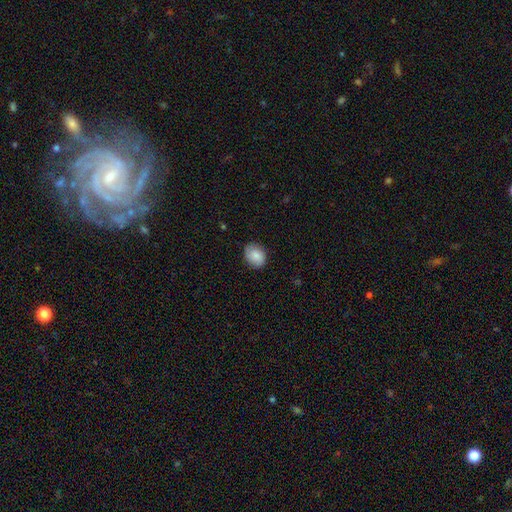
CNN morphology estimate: The model was most divided on "how rounded": round: 52%, in between: 47%, cigar-shaped: 1%. More confident: merging — none (81%); smooth or featured — smooth (75%).